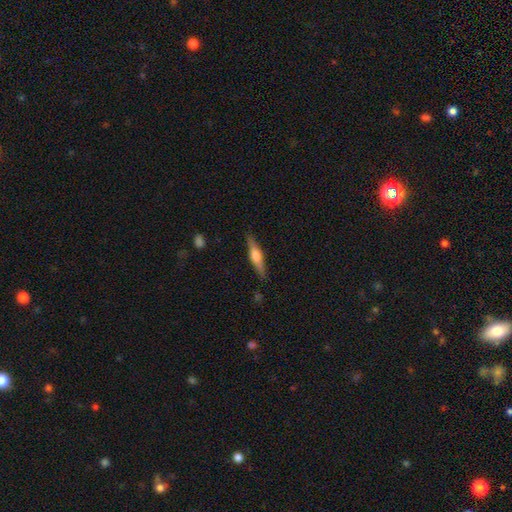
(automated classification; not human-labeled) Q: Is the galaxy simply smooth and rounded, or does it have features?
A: featured or disk — 61%.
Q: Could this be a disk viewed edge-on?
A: yes — 97%.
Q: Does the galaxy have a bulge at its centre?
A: rounded — 84%.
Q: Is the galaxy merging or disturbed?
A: none — 87%.